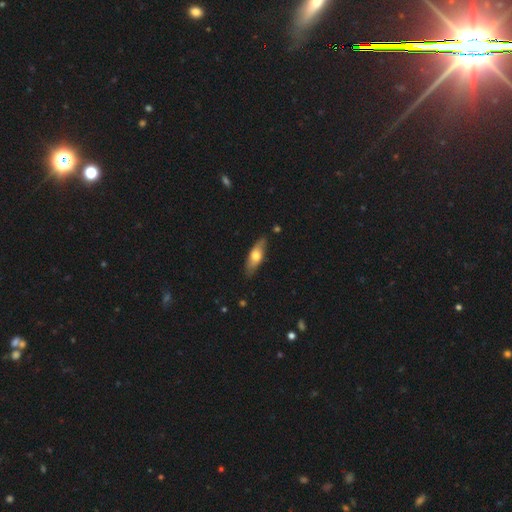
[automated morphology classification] smooth_or_featured: smooth (p=0.57) [alt: featured or disk p=0.37]
how_rounded: in between (p=0.57) [alt: cigar-shaped p=0.40]
merging: none (p=0.82) [alt: minor disturbance p=0.15]